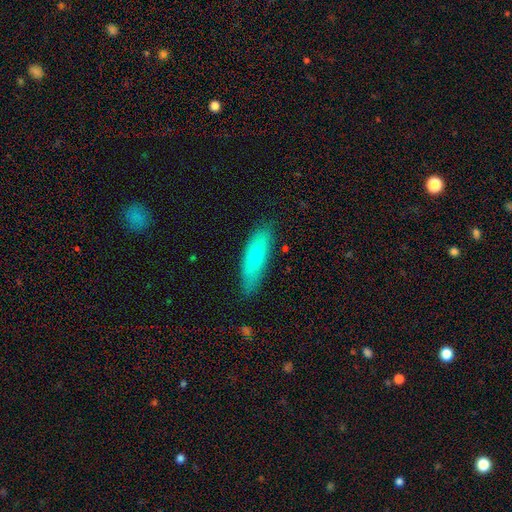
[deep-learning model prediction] This appears to be a smooth galaxy with no disk features (73%) that is cigar-shaped (56%). Merging: none (81%).